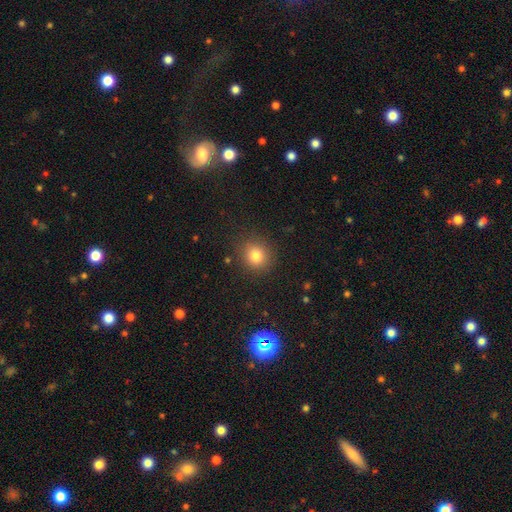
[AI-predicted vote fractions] A smooth galaxy with no disk features (80%) that is round (86%). Merging: none (88%).